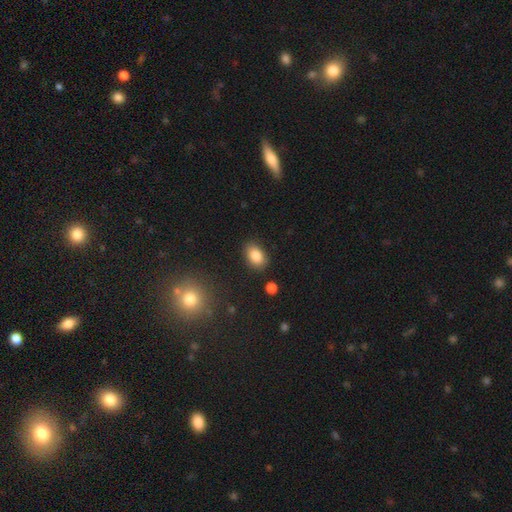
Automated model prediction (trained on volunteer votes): A smooth galaxy with no disk features (86%) that is in between round and cigar-shaped (87%). Merging: none (85%).